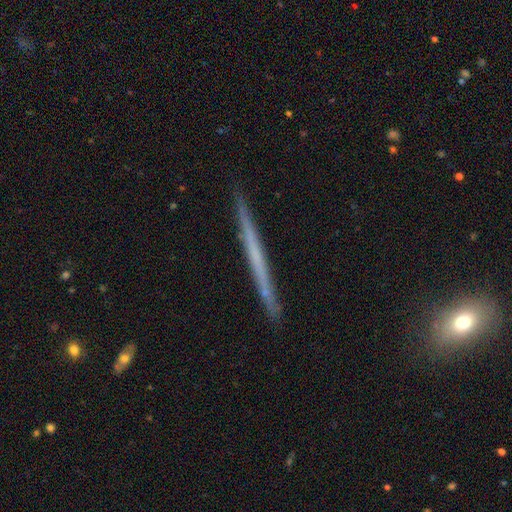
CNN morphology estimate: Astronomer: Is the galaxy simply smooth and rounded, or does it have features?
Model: featured or disk — 56% (runner-up: smooth, 38%).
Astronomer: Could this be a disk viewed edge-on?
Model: yes — 97%.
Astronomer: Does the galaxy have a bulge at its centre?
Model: none — 93%.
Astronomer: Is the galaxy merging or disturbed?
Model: none — 91%.